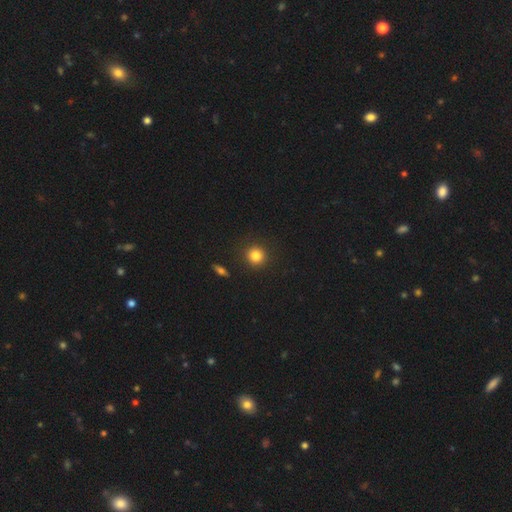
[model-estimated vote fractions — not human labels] The model was most divided on "smooth or featured": smooth: 83%, star or artifact: 11%, featured or disk: 6%. More confident: how rounded — round (92%); merging — none (90%).